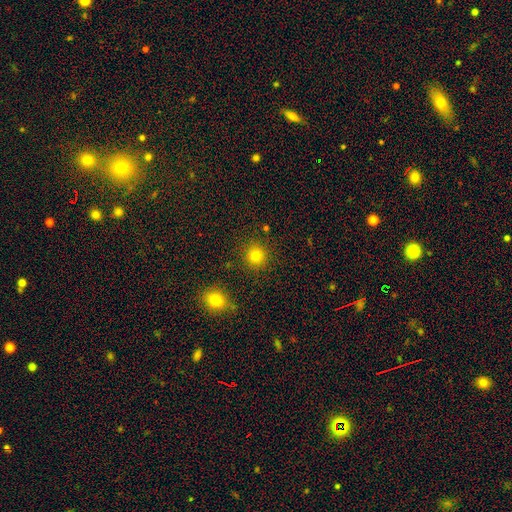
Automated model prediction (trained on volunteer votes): A smooth galaxy with no disk features (81%) that is round (92%).

Vote fractions:
- Smooth or featured? smooth: 81% / star or artifact: 14% / featured or disk: 6%
- How rounded? round: 92% / in between: 7% / cigar-shaped: 1%
- Merging? none: 89% / minor disturbance: 6% / merger: 2% / major disturbance: 2%